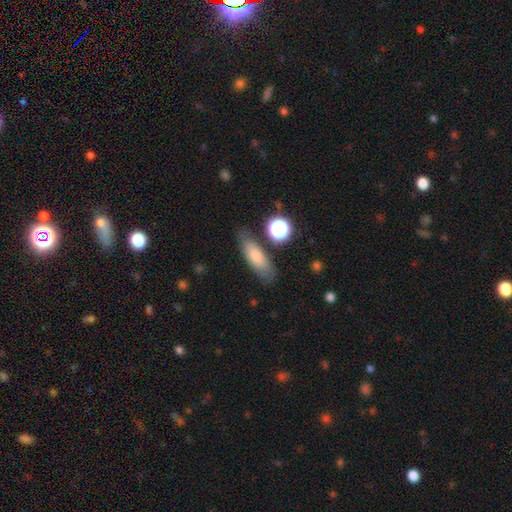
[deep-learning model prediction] A smooth galaxy with no disk features (64%) that is in between round and cigar-shaped (56%).

Vote fractions:
- Smooth or featured? smooth: 64% / featured or disk: 25% / star or artifact: 11%
- How rounded? in between: 56% / cigar-shaped: 38% / round: 6%
- Merging? none: 77% / minor disturbance: 15% / major disturbance: 4% / merger: 4%